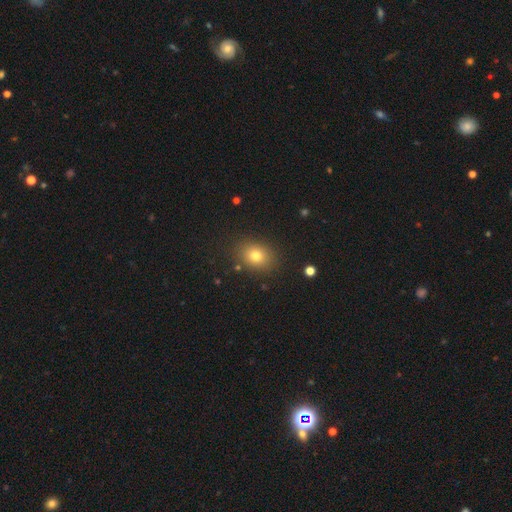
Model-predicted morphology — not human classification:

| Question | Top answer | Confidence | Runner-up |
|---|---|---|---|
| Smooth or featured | smooth | 77% | star or artifact (14%) |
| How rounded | in between | 54% | round (45%) |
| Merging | none | 86% | minor disturbance (9%) |